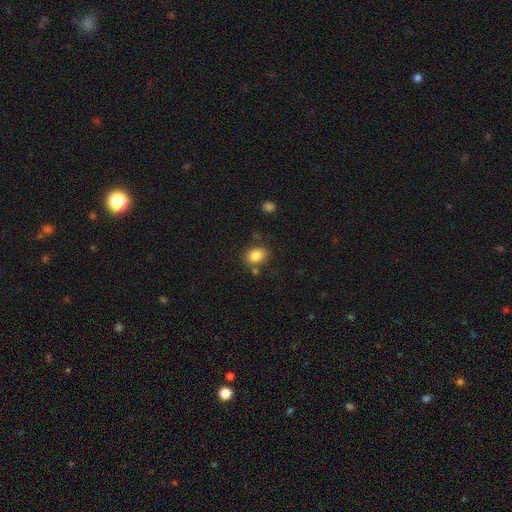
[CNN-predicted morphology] The model was most divided on "how rounded": in between: 61%, round: 38%, cigar-shaped: 1%. More confident: smooth or featured — smooth (83%); merging — none (73%).